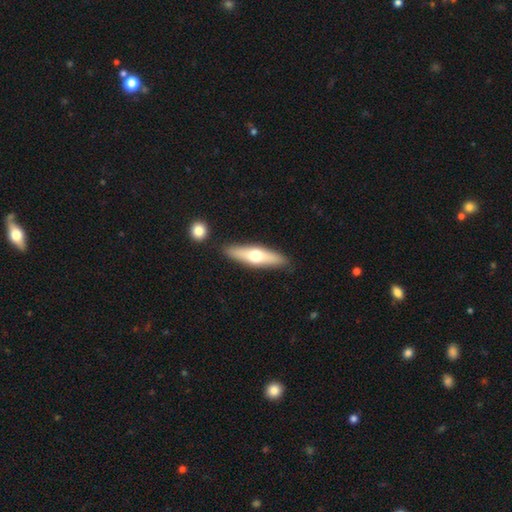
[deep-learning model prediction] Smooth or featured? smooth (49%)
Merging? none (87%)